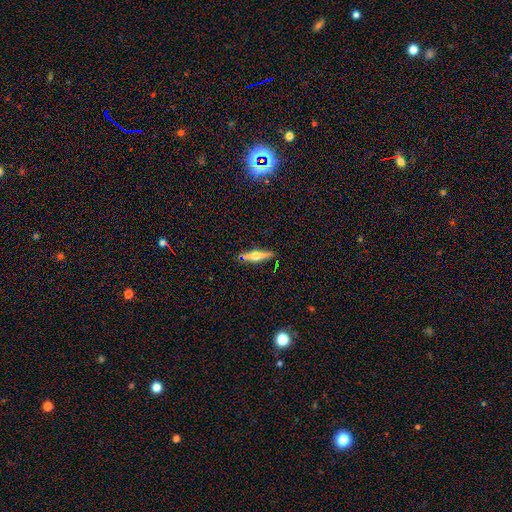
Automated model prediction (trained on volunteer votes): Smooth or featured?
  - featured or disk: 53% *
  - smooth: 41%
  - star or artifact: 6%
Edge-on disk?
  - yes: 94% *
  - no: 6%
Merging?
  - none: 85% *
  - minor disturbance: 10%
  - merger: 3%
  - major disturbance: 2%